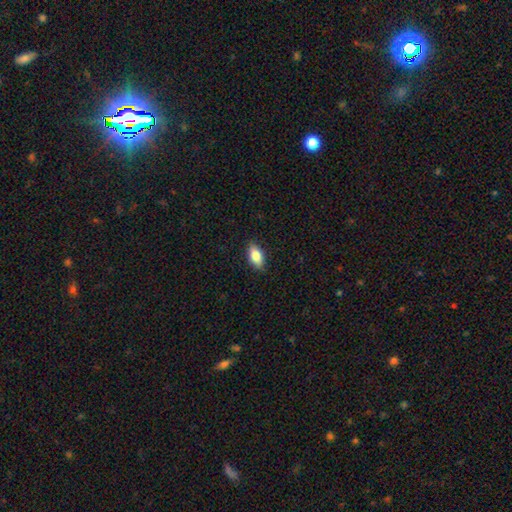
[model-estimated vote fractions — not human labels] This is likely a smooth galaxy (79%). How rounded: clearly in between (87%). Merging: clearly none (87%).